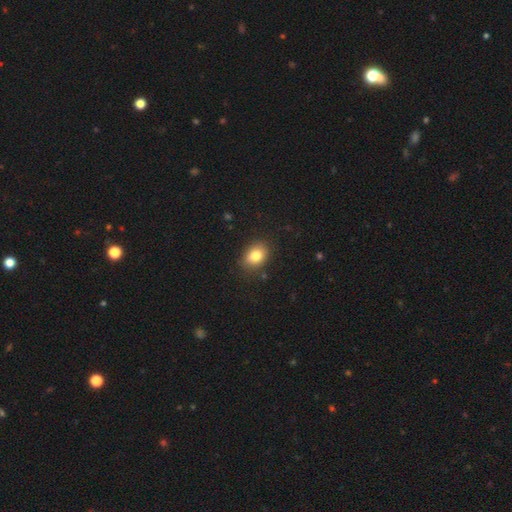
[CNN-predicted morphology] This is clearly a smooth galaxy (81%). How rounded: likely in between (66%). Merging: clearly none (83%).